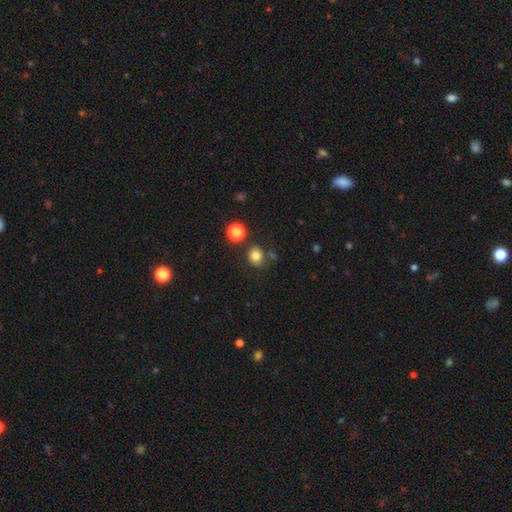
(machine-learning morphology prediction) smooth_or_featured: smooth (p=0.81) [alt: star or artifact p=0.13]
how_rounded: round (p=0.76) [alt: in between p=0.23]
merging: none (p=0.79) [alt: minor disturbance p=0.10]